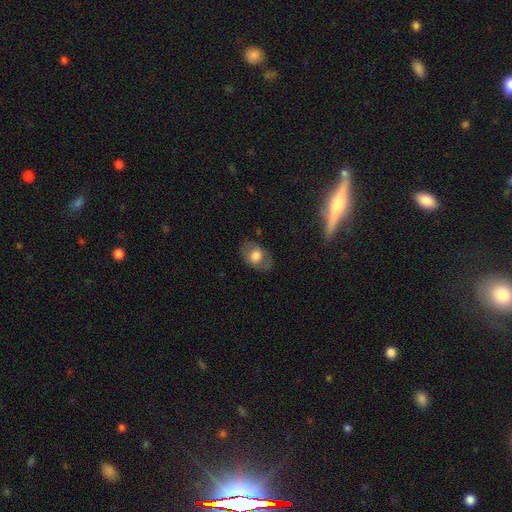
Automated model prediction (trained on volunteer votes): A smooth galaxy with no disk features (61%) that is in between round and cigar-shaped (75%).

Vote fractions:
- Smooth or featured? smooth: 61% / featured or disk: 31% / star or artifact: 8%
- How rounded? in between: 75% / round: 23% / cigar-shaped: 1%
- Merging? none: 75% / minor disturbance: 16% / major disturbance: 7% / merger: 1%